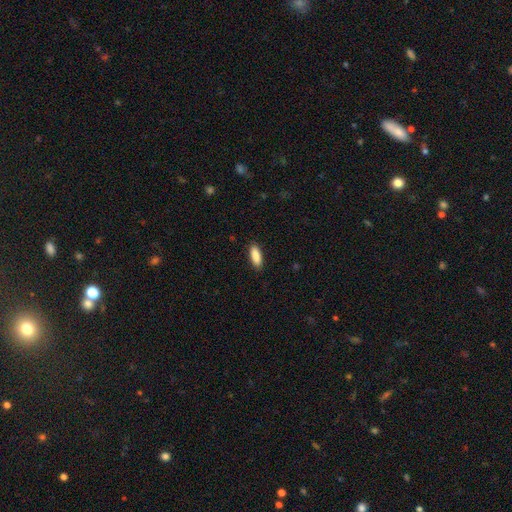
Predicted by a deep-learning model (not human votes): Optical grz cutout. It shows a smooth galaxy with no disk features (89%) that is in between round and cigar-shaped (69%). Merging: none (89%).